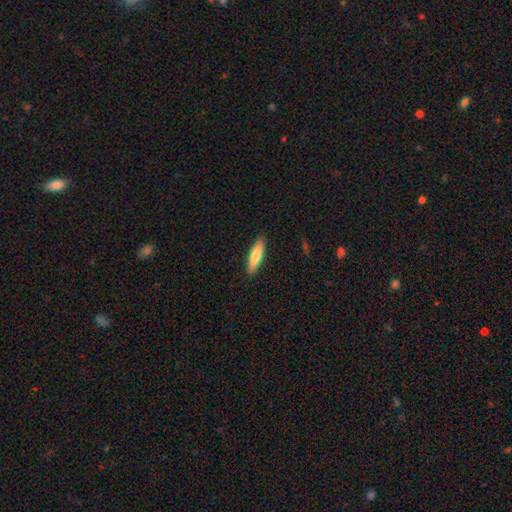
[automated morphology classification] Q: Smooth or featured?
A: smooth (76%); runner-up: featured or disk (18%)
Q: How rounded?
A: cigar-shaped (68%); runner-up: in between (31%)
Q: Merging?
A: none (89%); runner-up: minor disturbance (8%)